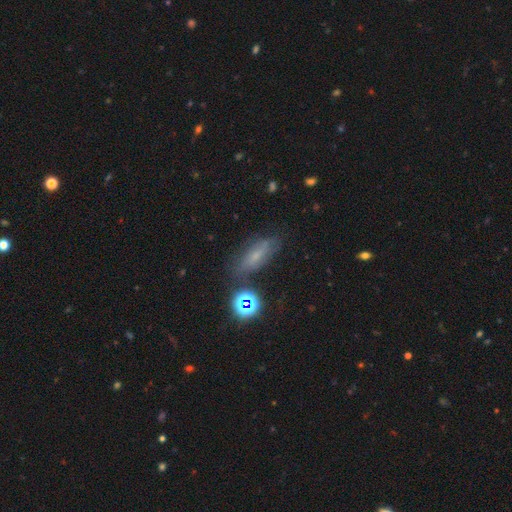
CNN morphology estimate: Smooth or featured?
  - smooth: 47% *
  - featured or disk: 32%
  - star or artifact: 22%
Merging?
  - none: 69% *
  - minor disturbance: 20%
  - major disturbance: 8%
  - merger: 4%